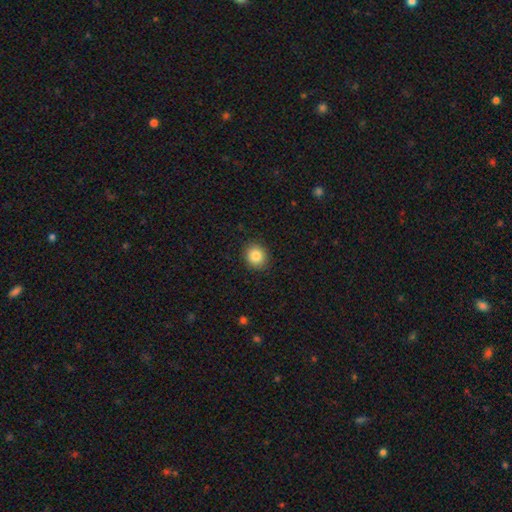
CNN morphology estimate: smooth_or_featured: smooth (p=0.85) [alt: star or artifact p=0.09]
how_rounded: round (p=0.80) [alt: in between p=0.19]
merging: none (p=0.90) [alt: minor disturbance p=0.07]